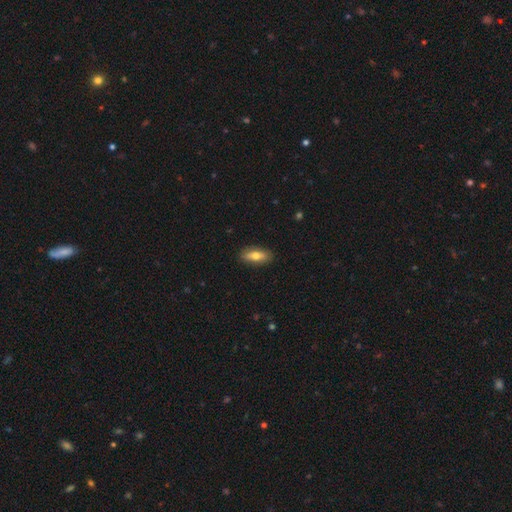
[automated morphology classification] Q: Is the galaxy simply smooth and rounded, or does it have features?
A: smooth — 67%.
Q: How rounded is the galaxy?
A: in between — 72%.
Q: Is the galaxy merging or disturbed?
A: none — 87%.